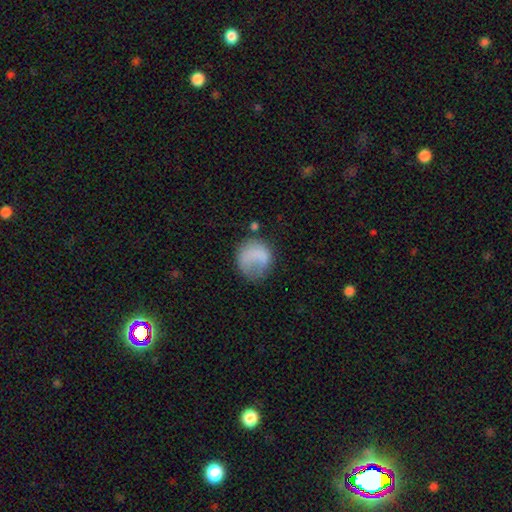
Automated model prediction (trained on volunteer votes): A smooth galaxy with no disk features (72%) that is round (80%). Merging: none (47%).